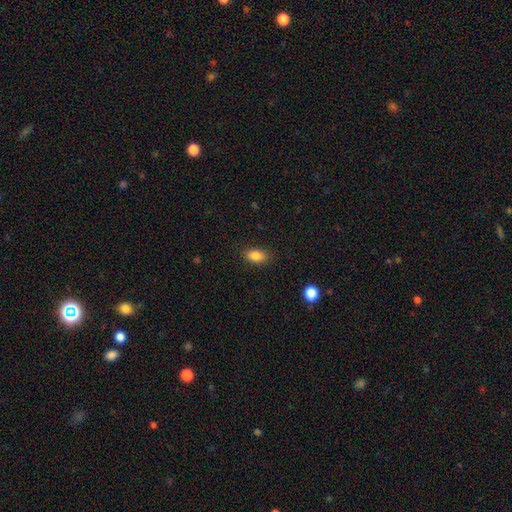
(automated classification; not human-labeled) smooth-or-featured: smooth: 84% | star or artifact: 9% | featured or disk: 7%
  how-rounded: in between: 87% | round: 9% | cigar-shaped: 4%
  merging: none: 86% | minor disturbance: 10% | major disturbance: 3% | merger: 1%